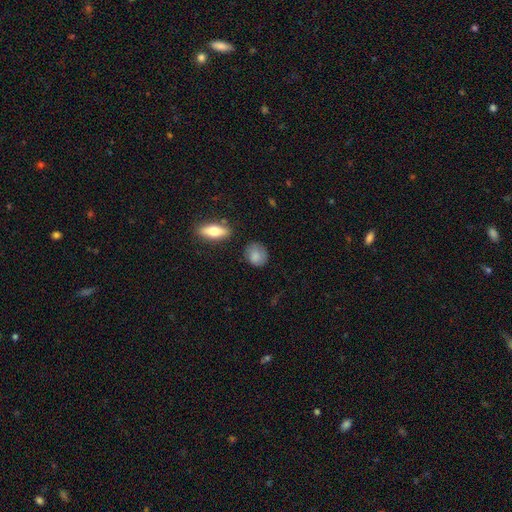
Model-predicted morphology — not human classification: Q: Smooth or featured?
A: smooth (83%); runner-up: featured or disk (10%)
Q: How rounded?
A: round (61%); runner-up: in between (36%)
Q: Merging?
A: none (73%); runner-up: minor disturbance (20%)